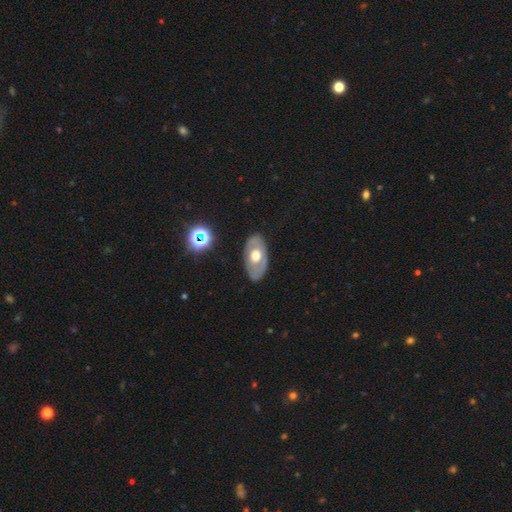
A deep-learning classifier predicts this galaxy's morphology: A featured or disk galaxy (55%).

Vote fractions:
- Smooth or featured? featured or disk: 55% / smooth: 39% / star or artifact: 6%
- Edge-on disk? no: 86% / yes: 14%
- Merging? none: 82% / minor disturbance: 13% / major disturbance: 4% / merger: 1%